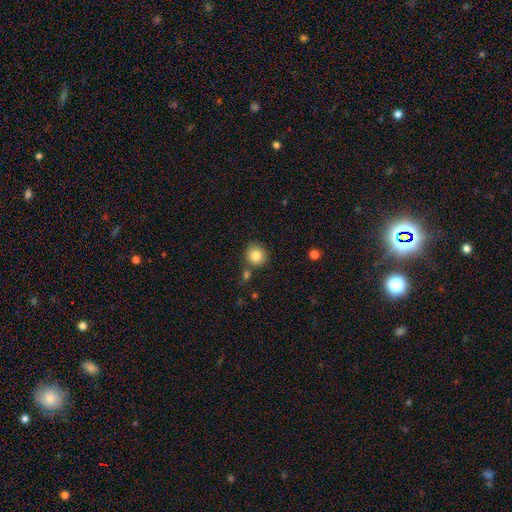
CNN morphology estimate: Smooth or featured? smooth (84%)
How rounded? round (90%)
Merging? none (78%)